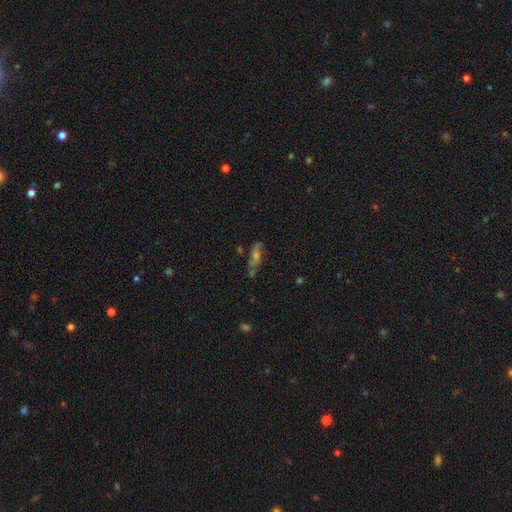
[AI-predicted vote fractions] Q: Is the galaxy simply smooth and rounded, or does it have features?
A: featured or disk — 51%.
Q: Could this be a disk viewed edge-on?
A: no — 70%.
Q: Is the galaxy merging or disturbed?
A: none — 62%.